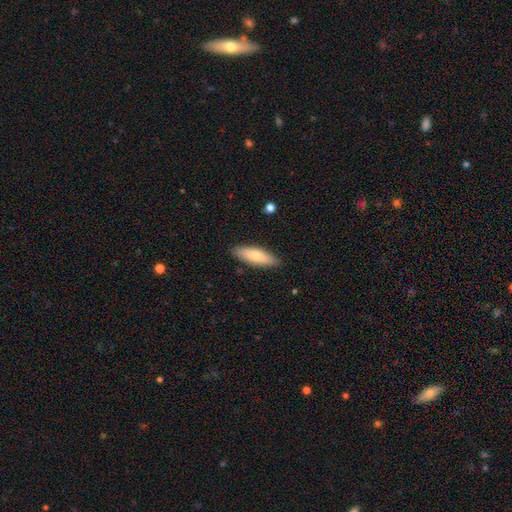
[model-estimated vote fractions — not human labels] Overall: smooth (75%). How rounded: in between (53%; cigar-shaped 46%). Merging: none (88%).